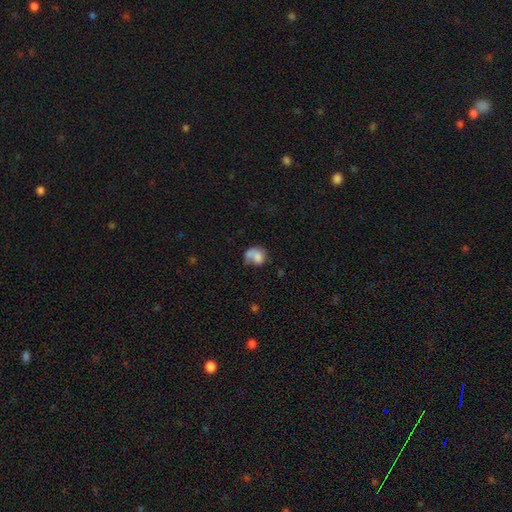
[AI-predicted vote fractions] Smooth or featured?
  - smooth: 63% *
  - featured or disk: 28%
  - star or artifact: 9%
How rounded?
  - round: 53% *
  - in between: 46%
  - cigar-shaped: 1%
Merging?
  - none: 29% *
  - merger: 26%
  - major disturbance: 25%
  - minor disturbance: 19%